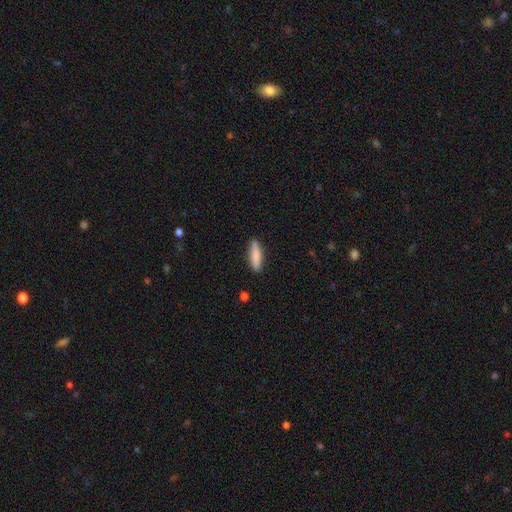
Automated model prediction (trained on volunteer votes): smooth-or-featured: smooth: 80% | featured or disk: 14% | star or artifact: 6%
  how-rounded: cigar-shaped: 76% | in between: 23% | round: 2%
  merging: none: 85% | minor disturbance: 11% | major disturbance: 2% | merger: 2%